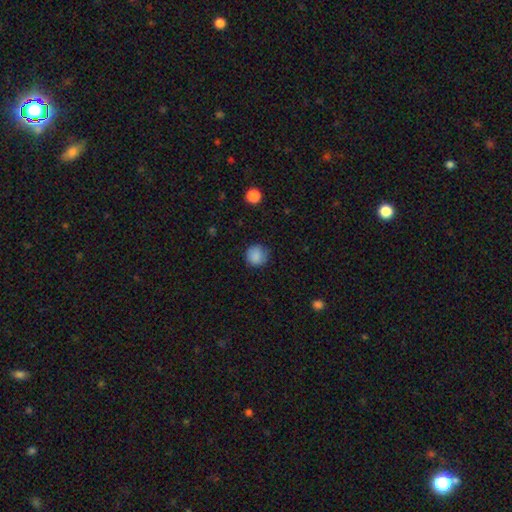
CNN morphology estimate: type=smooth (86%); roundness=round (89%); merging=none (77%).